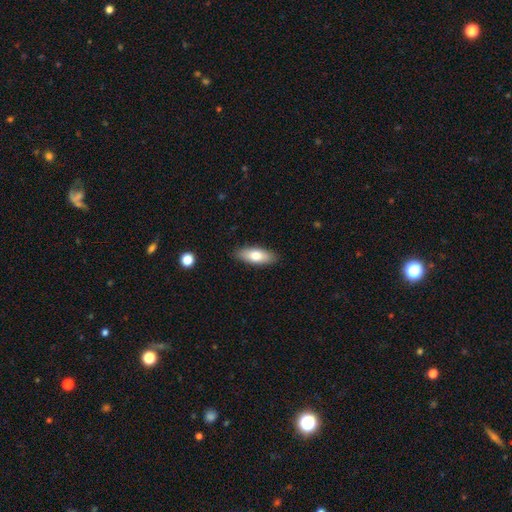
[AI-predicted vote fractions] A smooth galaxy with no disk features (75%) that is in between round and cigar-shaped (74%).

Vote fractions:
- Smooth or featured? smooth: 75% / featured or disk: 19% / star or artifact: 6%
- How rounded? in between: 74% / cigar-shaped: 23% / round: 2%
- Merging? none: 88% / minor disturbance: 9% / major disturbance: 2% / merger: 1%